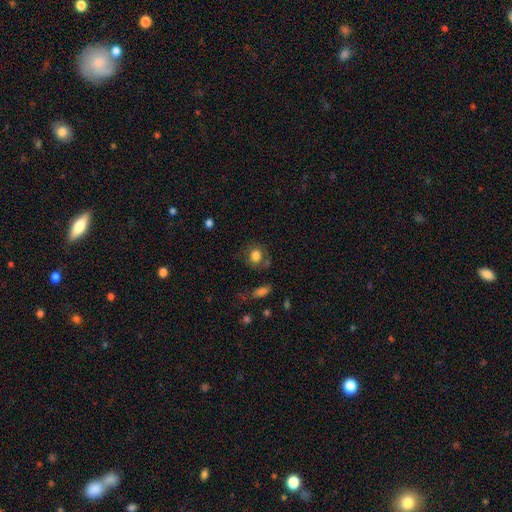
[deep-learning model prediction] Q: Smooth or featured?
A: smooth (79%); runner-up: featured or disk (11%)
Q: How rounded?
A: round (71%); runner-up: in between (27%)
Q: Merging?
A: none (69%); runner-up: minor disturbance (17%)